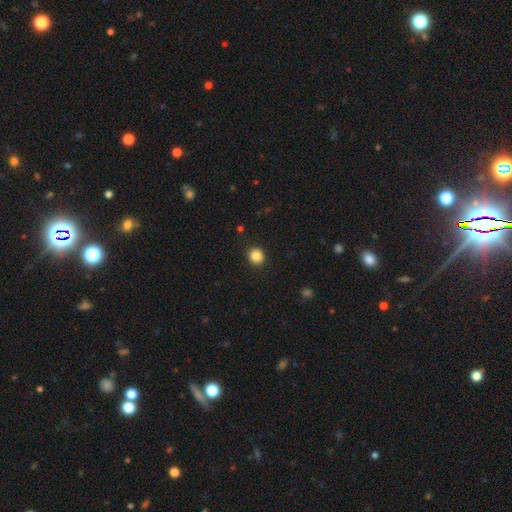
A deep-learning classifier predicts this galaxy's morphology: This appears to be a smooth galaxy with no disk features (85%) that is round (89%). Merging: none (92%).